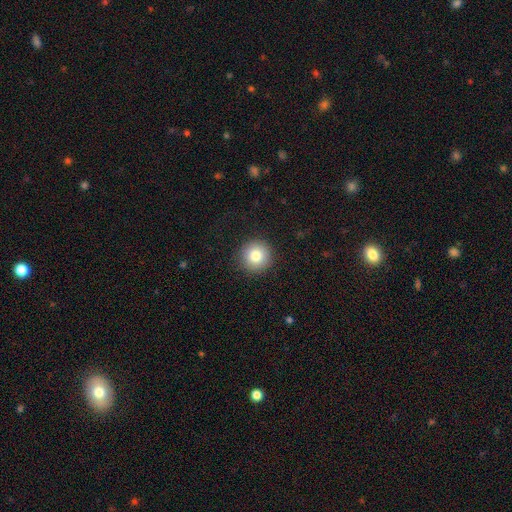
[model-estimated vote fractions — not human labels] Smooth or featured?
  - smooth: 82% *
  - star or artifact: 10%
  - featured or disk: 9%
How rounded?
  - round: 96% *
  - in between: 4%
  - cigar-shaped: 1%
Merging?
  - none: 92% *
  - minor disturbance: 5%
  - major disturbance: 2%
  - merger: 1%